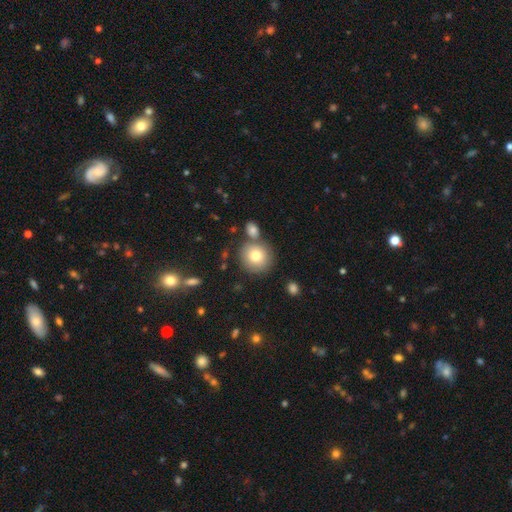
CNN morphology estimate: Smooth or featured?
  - smooth: 77% *
  - featured or disk: 13%
  - star or artifact: 9%
How rounded?
  - round: 89% *
  - in between: 10%
  - cigar-shaped: 1%
Merging?
  - none: 70% *
  - merger: 17%
  - minor disturbance: 10%
  - major disturbance: 3%